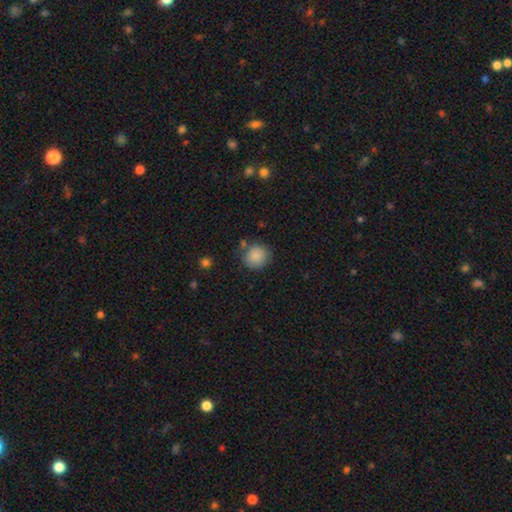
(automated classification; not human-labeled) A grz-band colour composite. It shows a smooth galaxy with no disk features (87%) that is round (89%). Merging: none (77%).